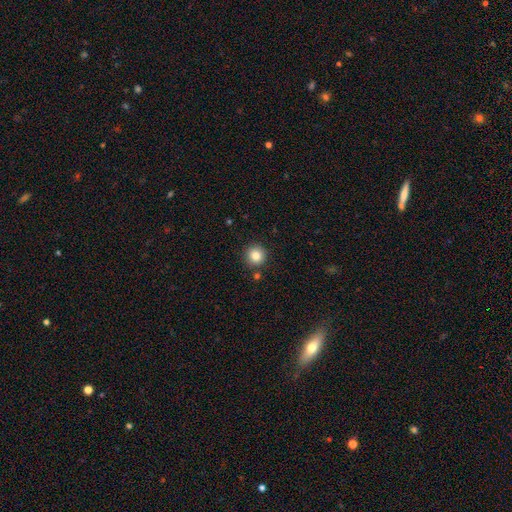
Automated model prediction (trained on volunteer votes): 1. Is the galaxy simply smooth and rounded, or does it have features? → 83% smooth, 11% star or artifact, 6% featured or disk.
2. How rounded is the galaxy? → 95% round, 4% in between, 1% cigar-shaped.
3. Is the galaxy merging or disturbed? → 88% none, 6% minor disturbance, 3% merger, 2% major disturbance.